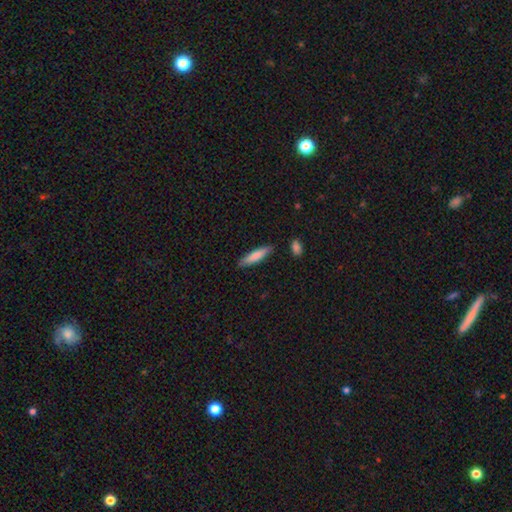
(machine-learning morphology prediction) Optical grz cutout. It shows a smooth galaxy with no disk features (80%) that is cigar-shaped (79%). Merging: none (85%).